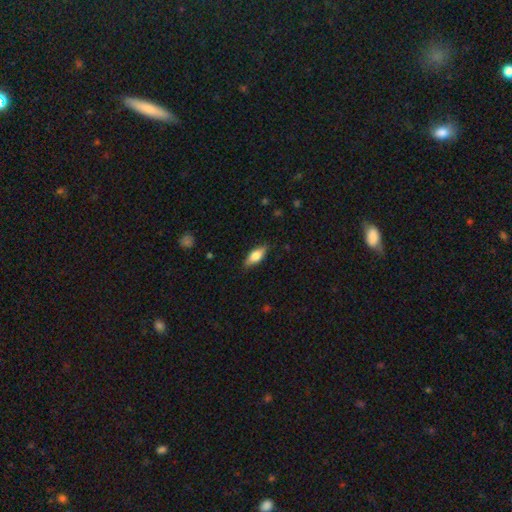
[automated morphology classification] This appears to be a smooth galaxy with no disk features (73%) that is in between round and cigar-shaped (80%). Merging: none (83%).